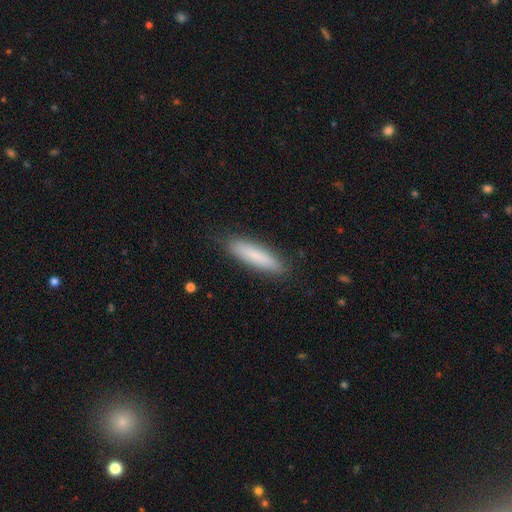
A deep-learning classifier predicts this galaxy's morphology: smooth 82%, featured or disk 12%, star or artifact 6%. Down the decision tree: how rounded — cigar-shaped (79%); merging — none (87%).